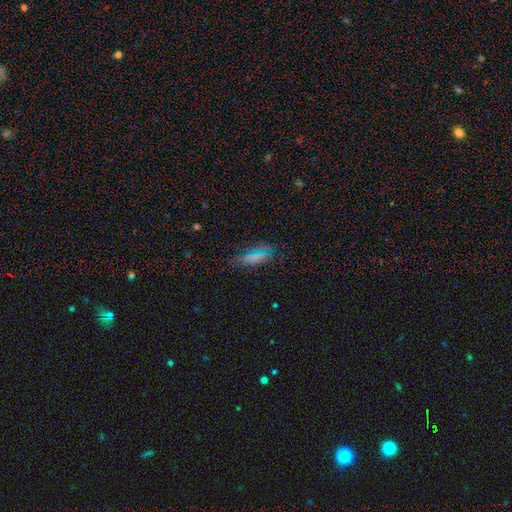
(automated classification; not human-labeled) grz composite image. It shows a smooth galaxy with no disk features (65%) that is in between round and cigar-shaped (68%). Merging: none (69%).